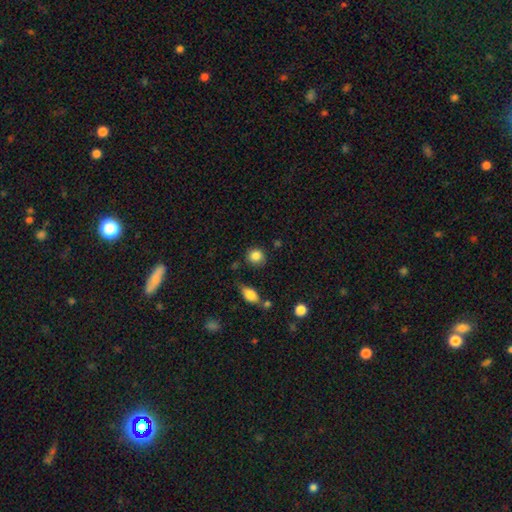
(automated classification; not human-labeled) smooth_or_featured: smooth (p=0.86) [alt: star or artifact p=0.09]
how_rounded: round (p=0.86) [alt: in between p=0.13]
merging: none (p=0.79) [alt: minor disturbance p=0.13]